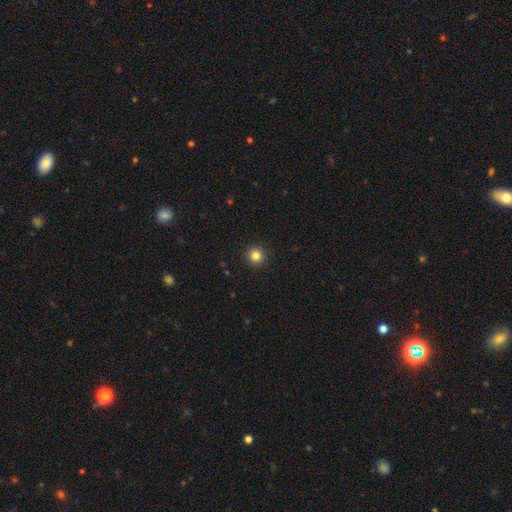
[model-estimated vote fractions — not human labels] Smooth or featured? smooth (84%)
How rounded? round (95%)
Merging? none (93%)